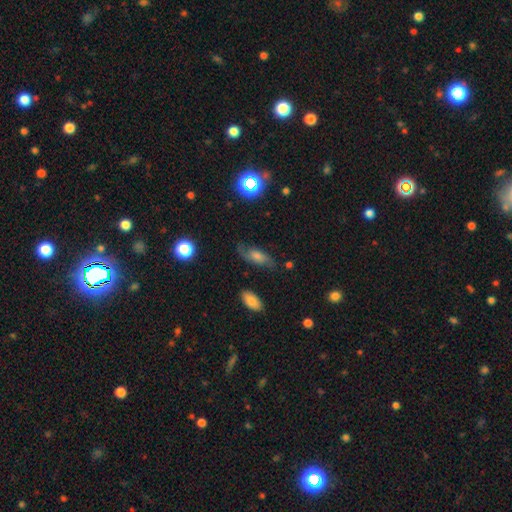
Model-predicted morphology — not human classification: Q: Smooth or featured?
A: featured or disk (51%); runner-up: smooth (34%)
Q: Edge-on disk?
A: no (84%); runner-up: yes (16%)
Q: Merging?
A: none (68%); runner-up: minor disturbance (21%)